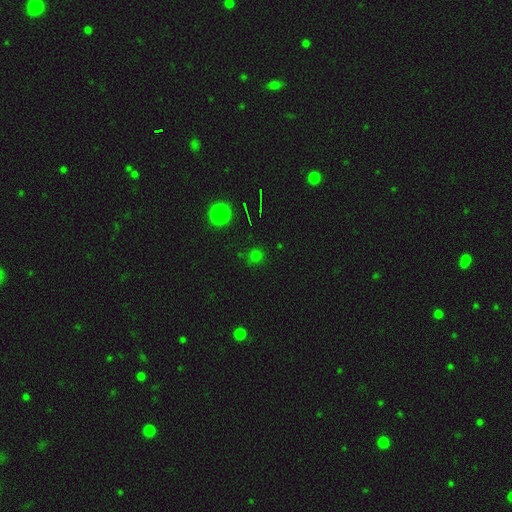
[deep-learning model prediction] Morphology: type=smooth (61%); roundness=round (88%); merging=none (83%).